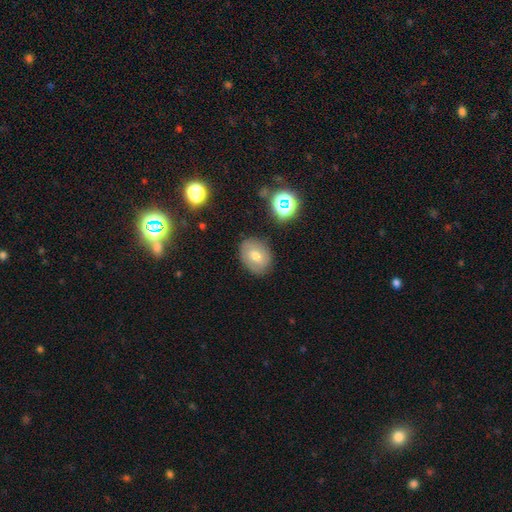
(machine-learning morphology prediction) Smooth or featured?
  - smooth: 65% *
  - featured or disk: 23%
  - star or artifact: 12%
How rounded?
  - in between: 57% *
  - round: 42%
  - cigar-shaped: 1%
Merging?
  - none: 80% *
  - minor disturbance: 14%
  - major disturbance: 4%
  - merger: 2%